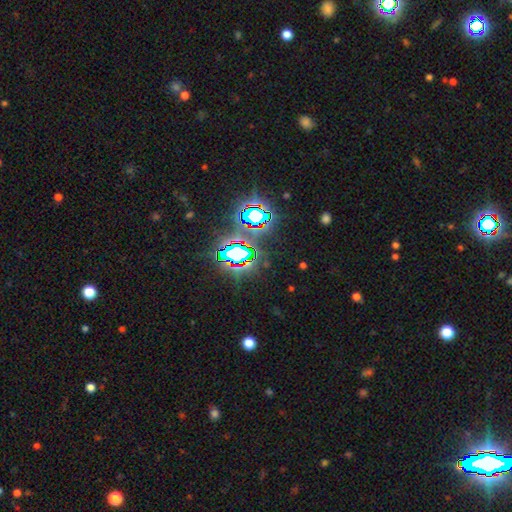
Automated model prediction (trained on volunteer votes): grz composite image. It shows a star or artifact, not a galaxy (81%).